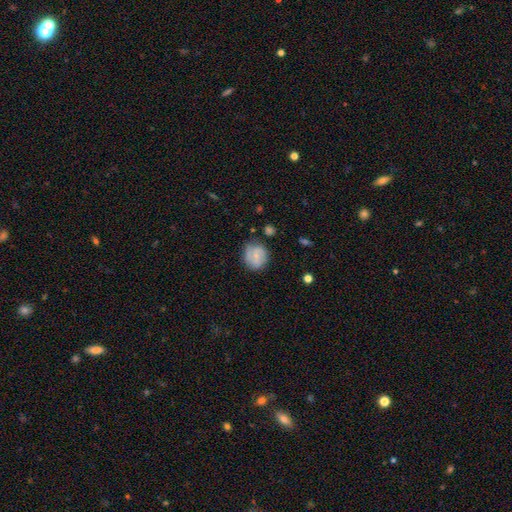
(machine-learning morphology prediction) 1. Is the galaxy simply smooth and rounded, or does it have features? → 50% smooth, 42% featured or disk, 8% star or artifact.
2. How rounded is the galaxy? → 79% round, 20% in between, 1% cigar-shaped.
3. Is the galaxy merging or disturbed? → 65% none, 25% minor disturbance, 8% major disturbance, 3% merger.